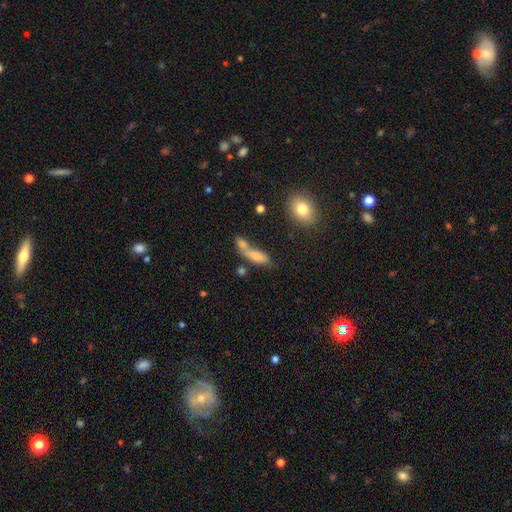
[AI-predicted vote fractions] Smooth or featured: smooth — 75% (featured or disk — 16%)
How rounded: in between — 60% (cigar-shaped — 35%)
Merging: merger — 53% (none — 28%)